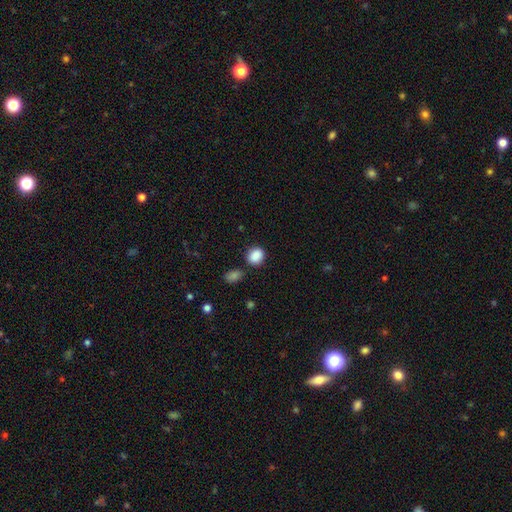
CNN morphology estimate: Smooth or featured? smooth (88%)
How rounded? round (59%)
Merging? none (74%)